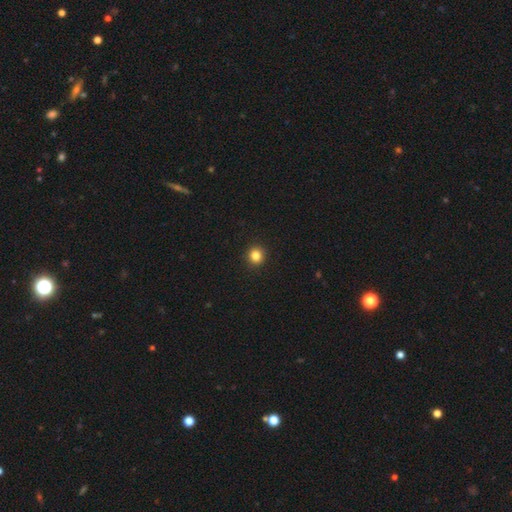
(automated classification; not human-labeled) Morphology: type=smooth (84%); roundness=round (93%); merging=none (94%).